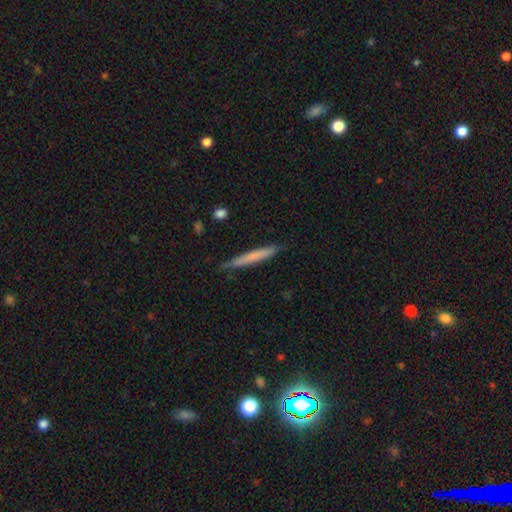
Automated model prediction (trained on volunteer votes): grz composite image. It shows a smooth galaxy with no disk features (66%) that is cigar-shaped (96%). Merging: none (81%).